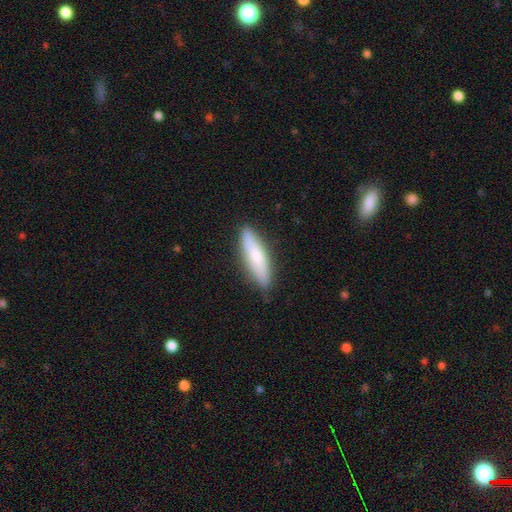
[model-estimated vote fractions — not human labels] smooth-or-featured: smooth: 71% | featured or disk: 24% | star or artifact: 6%
  how-rounded: cigar-shaped: 72% | in between: 27% | round: 2%
  merging: none: 84% | minor disturbance: 12% | major disturbance: 2% | merger: 1%